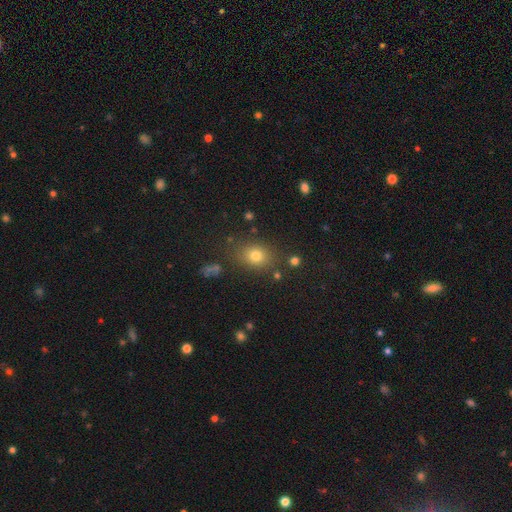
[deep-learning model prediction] Smooth or featured?
  - smooth: 75% *
  - star or artifact: 16%
  - featured or disk: 9%
How rounded?
  - in between: 49% * (tied)
  - round: 49% * (tied)
  - cigar-shaped: 1%
Merging?
  - none: 80% *
  - minor disturbance: 11%
  - major disturbance: 4%
  - merger: 4%